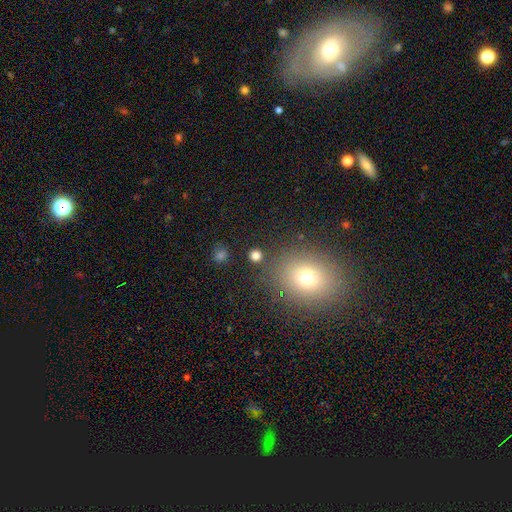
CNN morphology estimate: A smooth galaxy with no disk features (76%) that is round (87%).

Vote fractions:
- Smooth or featured? smooth: 76% / star or artifact: 19% / featured or disk: 6%
- How rounded? round: 87% / in between: 11% / cigar-shaped: 1%
- Merging? none: 85% / minor disturbance: 6% / merger: 5% / major disturbance: 3%